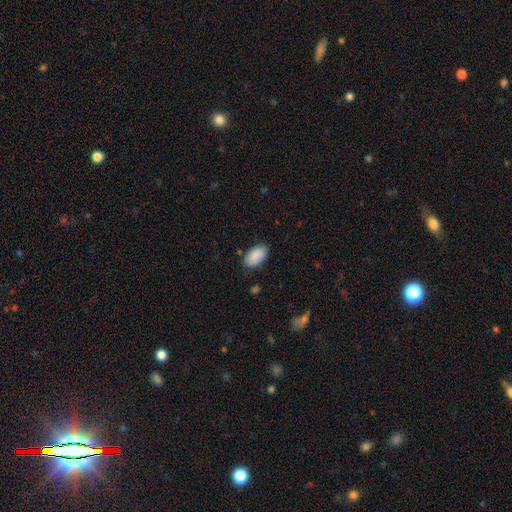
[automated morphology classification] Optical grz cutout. It shows a smooth galaxy with no disk features (88%) that is in between round and cigar-shaped (94%). Merging: none (79%).